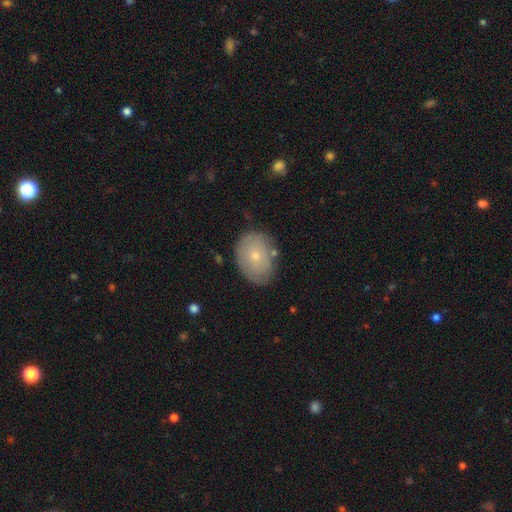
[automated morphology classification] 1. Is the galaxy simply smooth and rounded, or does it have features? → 65% smooth, 27% featured or disk, 7% star or artifact.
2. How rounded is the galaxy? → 67% in between, 32% round, 1% cigar-shaped.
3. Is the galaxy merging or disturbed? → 76% none, 18% minor disturbance, 4% major disturbance, 3% merger.